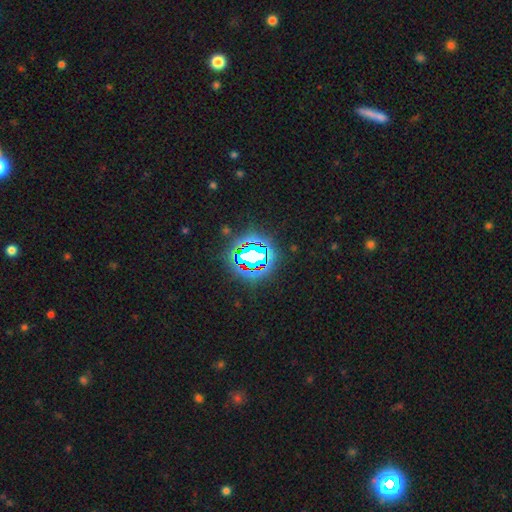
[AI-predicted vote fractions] Smooth or featured?
  - star or artifact: 80% *
  - smooth: 12%
  - featured or disk: 7%